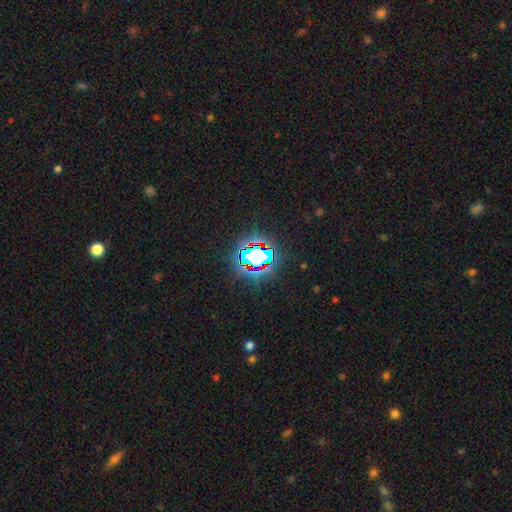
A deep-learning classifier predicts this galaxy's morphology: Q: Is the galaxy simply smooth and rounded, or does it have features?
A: star or artifact — 70%.